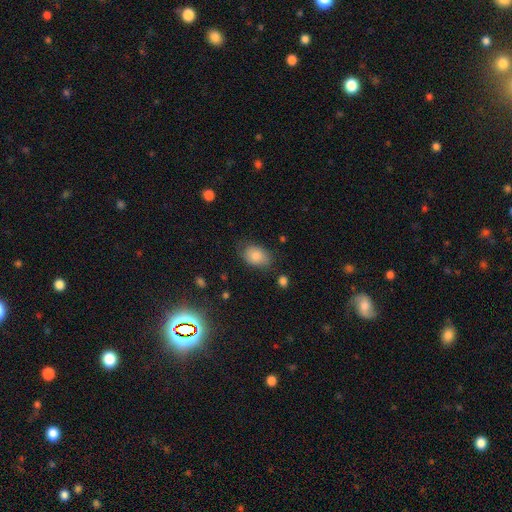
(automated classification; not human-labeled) This is likely a smooth galaxy (78%). How rounded: clearly in between (81%). Merging: likely none (71%).